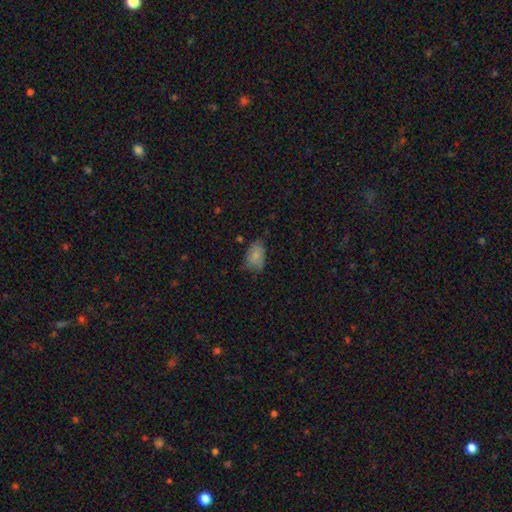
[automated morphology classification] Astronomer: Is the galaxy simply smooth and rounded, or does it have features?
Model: smooth — 78%.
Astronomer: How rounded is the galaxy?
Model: in between — 90%.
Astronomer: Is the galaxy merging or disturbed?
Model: none — 57% (runner-up: minor disturbance, 33%).